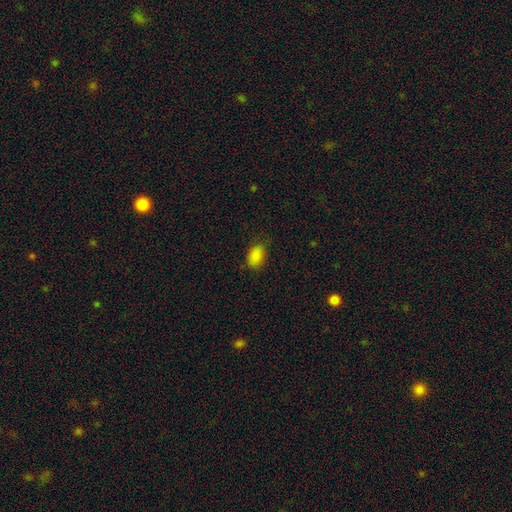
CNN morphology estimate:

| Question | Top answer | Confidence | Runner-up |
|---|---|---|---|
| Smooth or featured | smooth | 87% | star or artifact (9%) |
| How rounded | in between | 86% | round (13%) |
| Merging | none | 80% | minor disturbance (15%) |